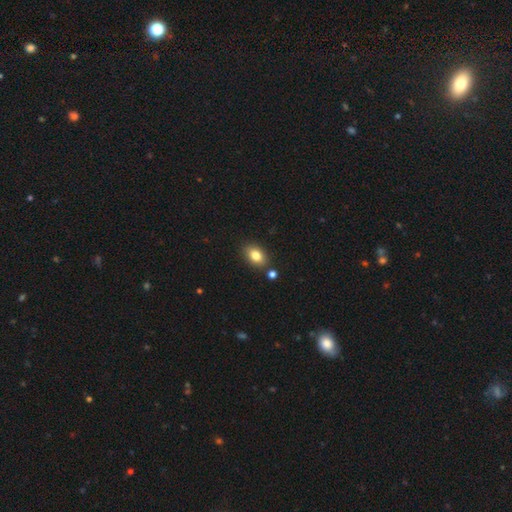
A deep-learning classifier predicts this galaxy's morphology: smooth 83%, star or artifact 9%, featured or disk 8%. Down the decision tree: how rounded — in between (85%); merging — none (81%).